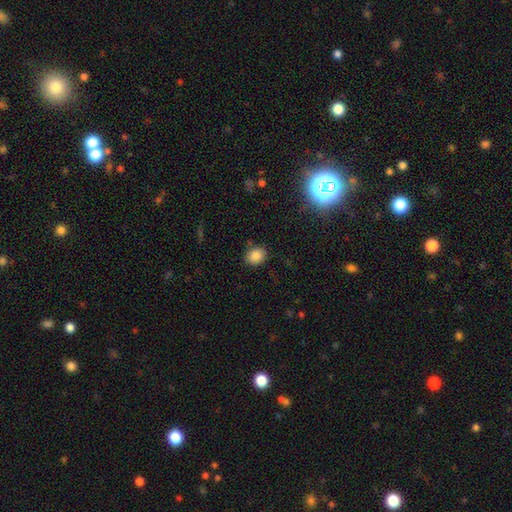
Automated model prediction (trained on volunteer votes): The model was most divided on "how rounded": in between: 52%, round: 47%, cigar-shaped: 1%. More confident: merging — none (86%); smooth or featured — smooth (84%).